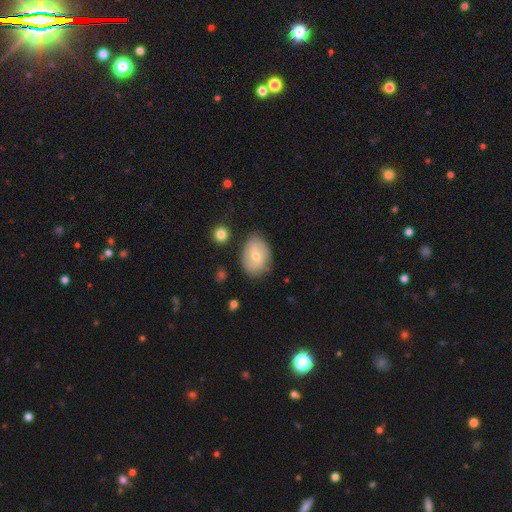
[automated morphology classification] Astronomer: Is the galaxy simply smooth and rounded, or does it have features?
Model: featured or disk — 55% (runner-up: smooth, 38%).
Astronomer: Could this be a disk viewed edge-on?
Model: no — 96%.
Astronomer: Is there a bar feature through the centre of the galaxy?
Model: weak — 56%.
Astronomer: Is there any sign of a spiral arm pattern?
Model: yes — 75%.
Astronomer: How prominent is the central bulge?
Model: moderate — 50% (runner-up: small, 46%).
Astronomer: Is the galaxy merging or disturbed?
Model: none — 76%.